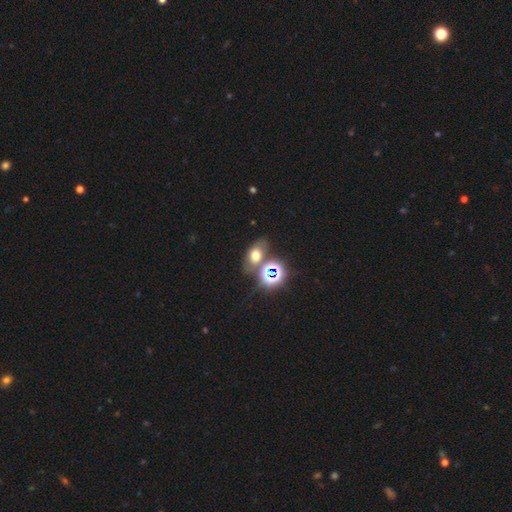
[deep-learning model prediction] This appears to be a smooth galaxy with no disk features (54%) that is in between round and cigar-shaped (71%). Merging: none (63%).